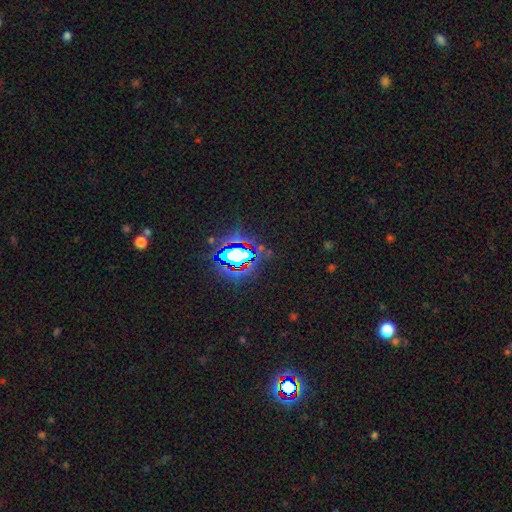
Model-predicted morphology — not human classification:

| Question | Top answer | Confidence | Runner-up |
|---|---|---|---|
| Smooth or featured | star or artifact | 80% | smooth (12%) |